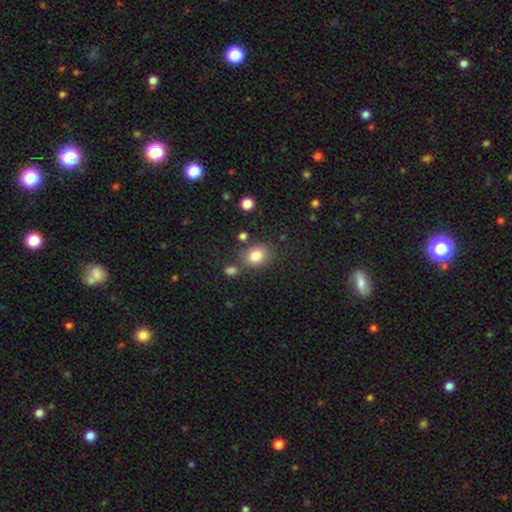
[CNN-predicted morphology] type=smooth (81%); roundness=in between (51%); merging=none (72%).